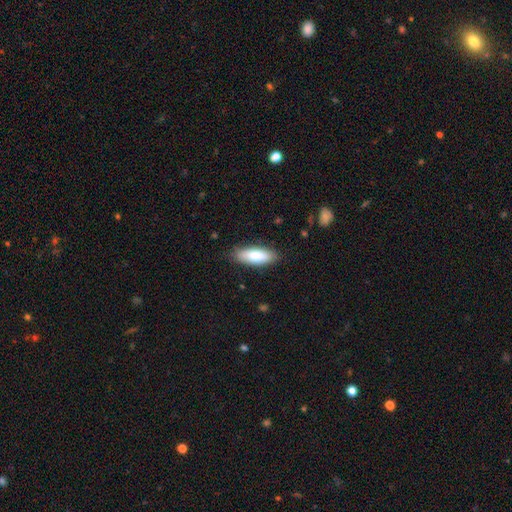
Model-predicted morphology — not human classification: This appears to be a smooth galaxy with no disk features (81%) that is in between round and cigar-shaped (65%). Merging: none (85%).